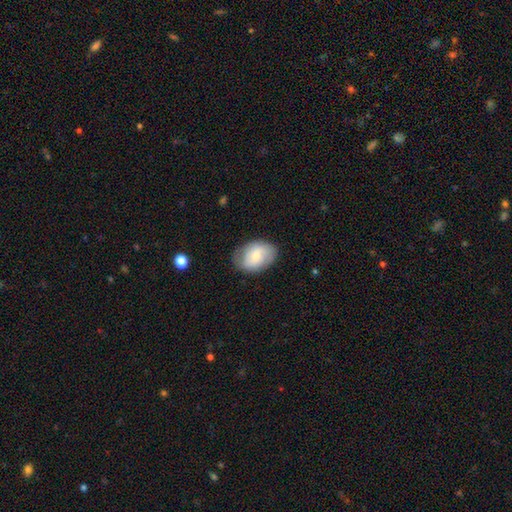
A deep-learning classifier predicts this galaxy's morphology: Smooth or featured?
  - smooth: 61% *
  - featured or disk: 33%
  - star or artifact: 7%
How rounded?
  - in between: 79% *
  - round: 20%
  - cigar-shaped: 1%
Merging?
  - none: 76% *
  - minor disturbance: 18%
  - major disturbance: 5%
  - merger: 1%